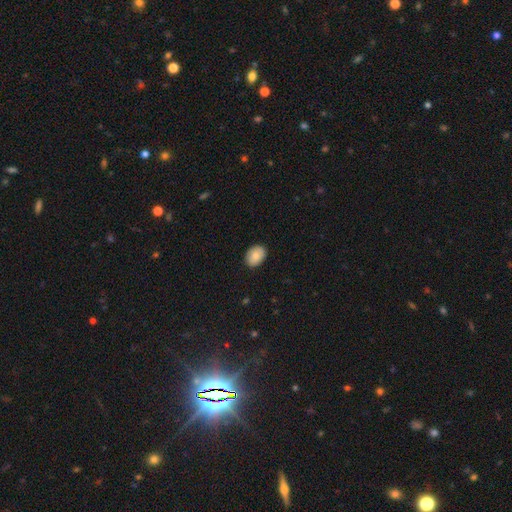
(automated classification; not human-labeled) Overall: smooth (83%). How rounded: in between (72%). Merging: none (88%).